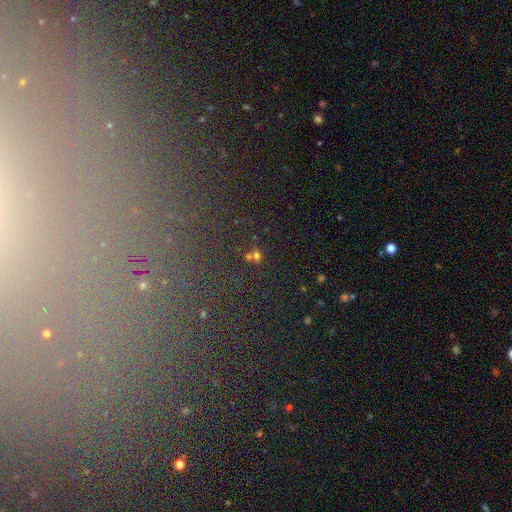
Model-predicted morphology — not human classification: Smooth or featured?
  - smooth: 46% *
  - star or artifact: 43%
  - featured or disk: 11%
Merging?
  - none: 63% *
  - merger: 18%
  - minor disturbance: 12%
  - major disturbance: 7%